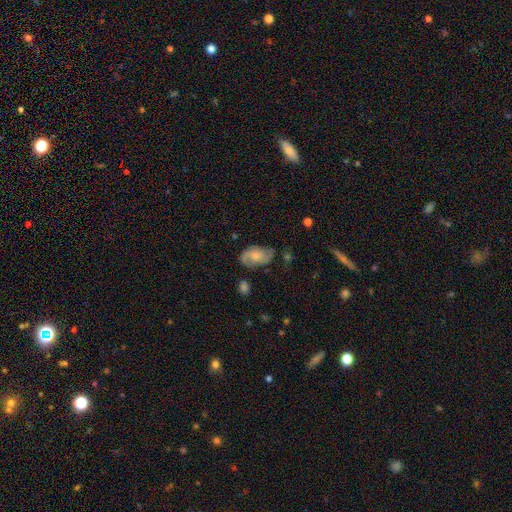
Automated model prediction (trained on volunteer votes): Smooth or featured? Predicted: featured or disk (p=0.62). Edge-on disk? Predicted: no (p=0.96). Bar? Predicted: no (p=0.65). Spiral arms? Predicted: yes (p=0.88). Spiral winding? Predicted: medium (p=0.46). Spiral arm count? Predicted: 2 (p=0.80). Bulge size? Predicted: moderate (p=0.41). Merging? Predicted: none (p=0.64).